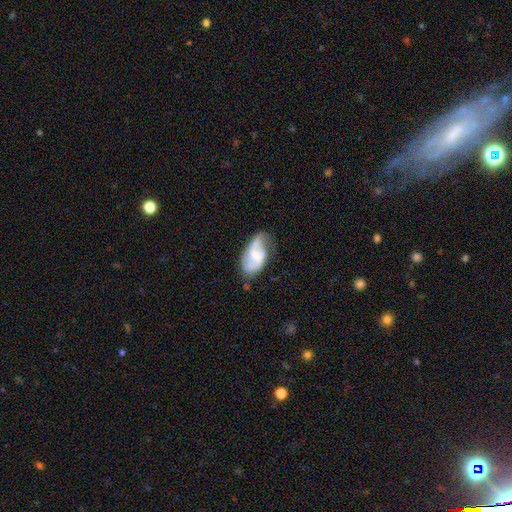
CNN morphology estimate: This is likely a featured or disk galaxy (68%). It is clearly not viewed edge-on (96%). Bar: possibly weak (50%). Spiral arm pattern: clearly yes (87%). Spiral arm count: likely 2 (76%). Spiral winding: marginally loose (43%). Central bulge: marginally small (41%). Merging: possibly none (49%).